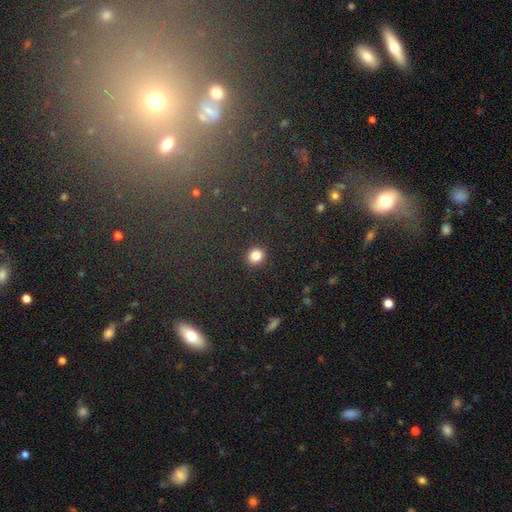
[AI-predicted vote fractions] smooth 83%, star or artifact 12%, featured or disk 5%. Down the decision tree: how rounded — round (84%); merging — none (91%).